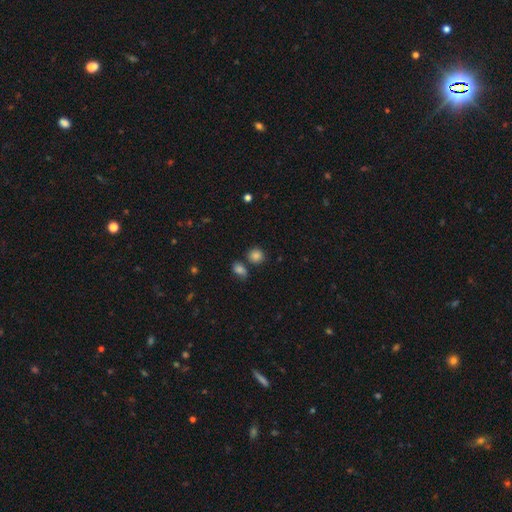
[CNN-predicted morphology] The model was most divided on "merging": none: 70%, merger: 15%, minor disturbance: 11%, major disturbance: 3%. More confident: smooth or featured — smooth (84%); how rounded — round (80%).